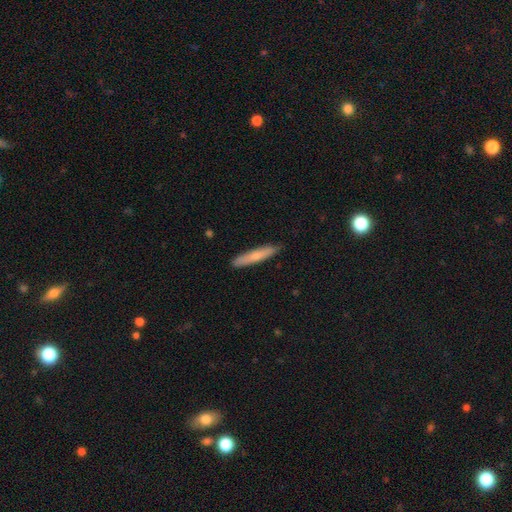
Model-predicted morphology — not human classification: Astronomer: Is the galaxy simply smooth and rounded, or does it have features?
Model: smooth — 69%.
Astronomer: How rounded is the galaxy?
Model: cigar-shaped — 93%.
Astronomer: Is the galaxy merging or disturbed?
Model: none — 88%.